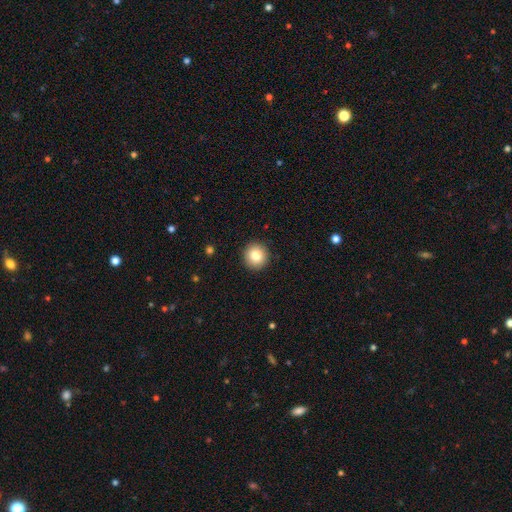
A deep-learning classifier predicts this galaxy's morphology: smooth 82%, star or artifact 10%, featured or disk 8%. Down the decision tree: how rounded — round (95%); merging — none (92%).